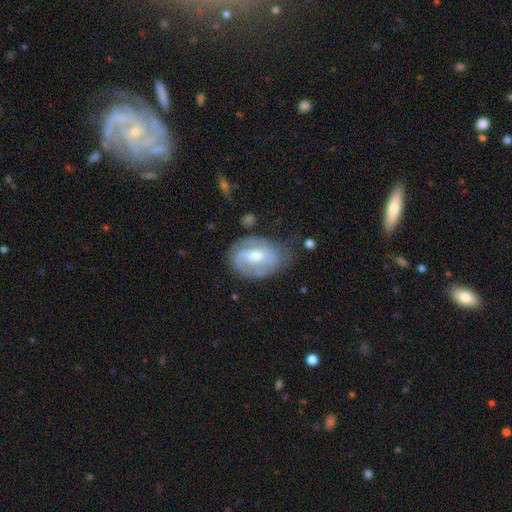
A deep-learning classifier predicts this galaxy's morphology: Smooth or featured: featured or disk — 74% (smooth — 20%)
Edge-on disk: no — 96% (yes — 4%)
Bar: weak — 47% (strong — 27%)
Spiral arms: yes — 84% (no — 16%)
Spiral winding: medium — 41% (tight — 34%)
Spiral arm count: 2 — 63% (can't tell — 19%)
Bulge size: moderate — 63% (small — 32%)
Merging: none — 58% (minor disturbance — 27%)